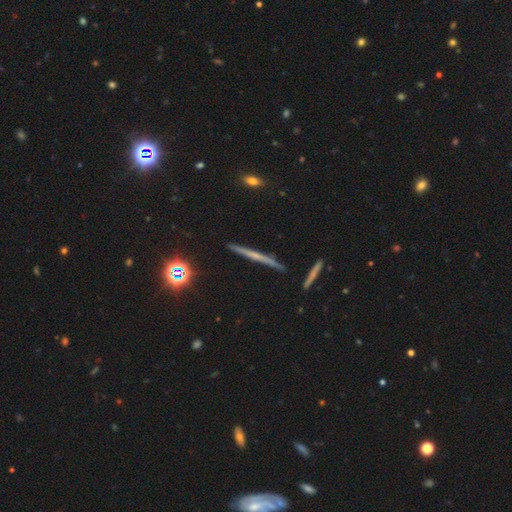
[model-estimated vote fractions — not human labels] This appears to be a featured or disk galaxy (57%) viewed edge-on (97%) with no central bulge (74%). Merging: none (89%).